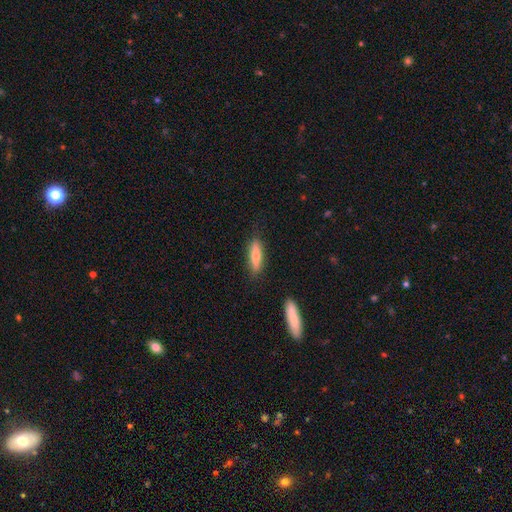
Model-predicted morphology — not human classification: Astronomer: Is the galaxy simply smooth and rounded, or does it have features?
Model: smooth — 71%.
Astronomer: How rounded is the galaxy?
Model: cigar-shaped — 70%.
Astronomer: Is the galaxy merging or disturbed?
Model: none — 85%.